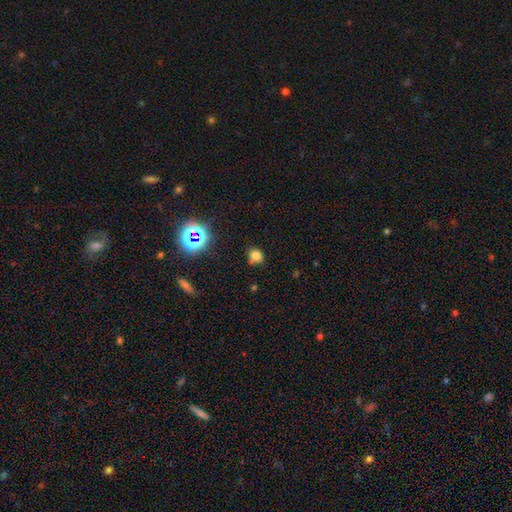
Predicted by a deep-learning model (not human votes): The model was most divided on "how rounded": round: 70%, in between: 29%, cigar-shaped: 1%. More confident: merging — none (74%); smooth or featured — smooth (73%).